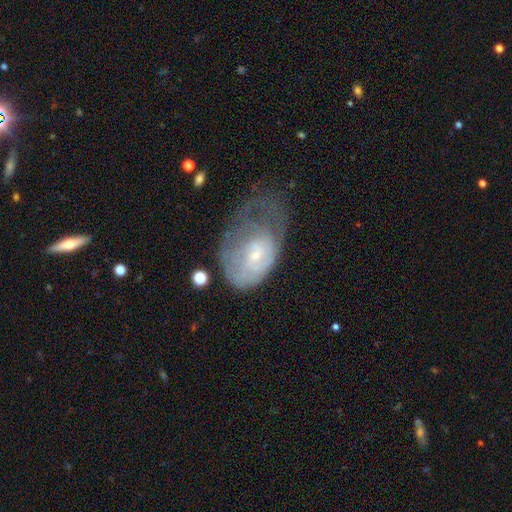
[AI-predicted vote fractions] smooth_or_featured: featured or disk (p=0.59) [alt: smooth p=0.34]
disk_edge_on: no (p=0.96) [alt: yes p=0.04]
bar: no (p=0.60) [alt: weak p=0.34]
has_spiral_arms: yes (p=0.63) [alt: no p=0.37]
bulge_size: small (p=0.67) [alt: moderate p=0.25]
merging: major disturbance (p=0.50) [alt: minor disturbance p=0.27]